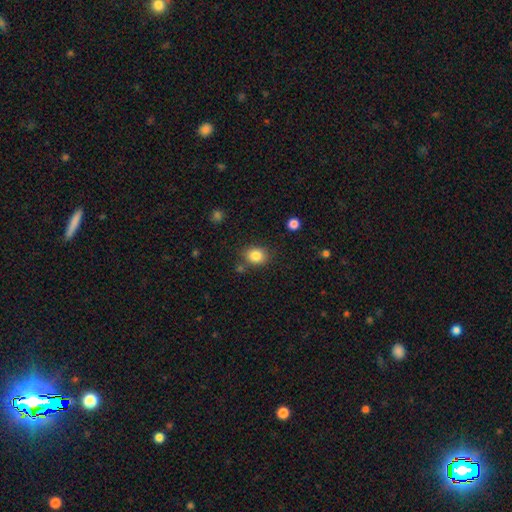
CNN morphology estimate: This appears to be a smooth galaxy with no disk features (84%) that is round (58%). Merging: none (79%).